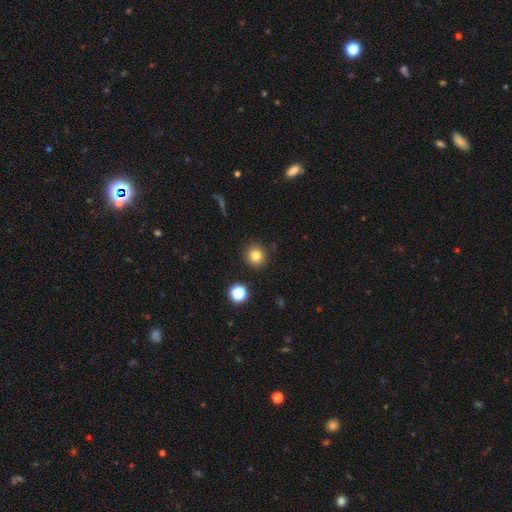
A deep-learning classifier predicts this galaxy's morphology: smooth_or_featured: smooth (p=0.81) [alt: star or artifact p=0.13]
how_rounded: round (p=0.92) [alt: in between p=0.07]
merging: none (p=0.89) [alt: minor disturbance p=0.06]